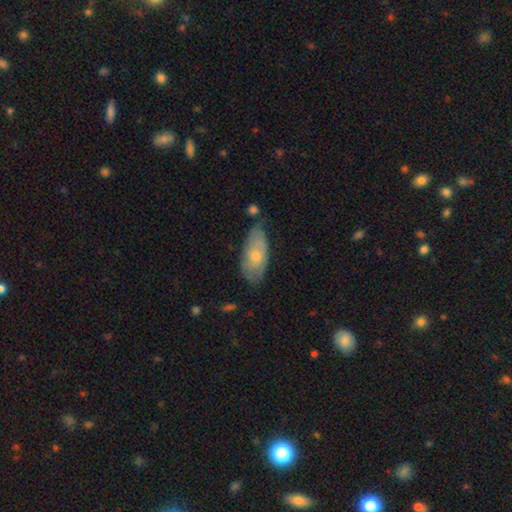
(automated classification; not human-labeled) Smooth or featured: smooth — 57% (featured or disk — 37%)
How rounded: in between — 87% (cigar-shaped — 10%)
Merging: none — 62% (minor disturbance — 28%)